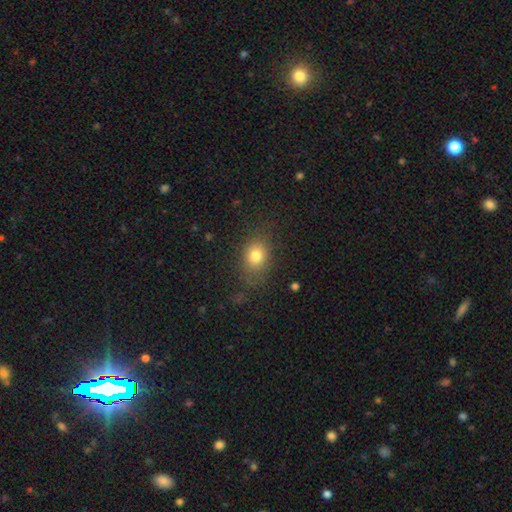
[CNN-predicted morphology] Q: Smooth or featured?
A: smooth (79%); runner-up: star or artifact (12%)
Q: How rounded?
A: in between (58%); runner-up: round (41%)
Q: Merging?
A: none (76%); runner-up: minor disturbance (16%)